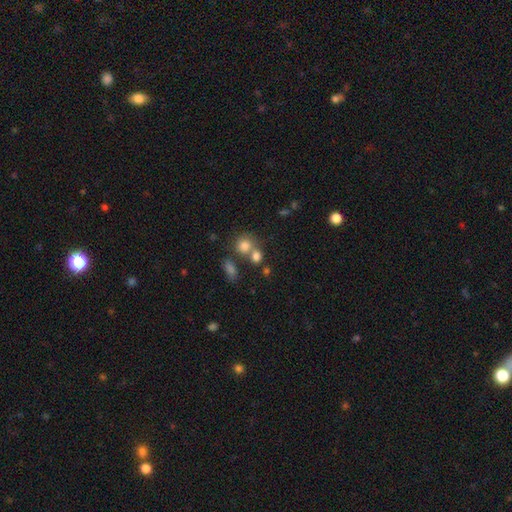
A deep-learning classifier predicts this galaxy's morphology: Q: Smooth or featured?
A: smooth (78%); runner-up: star or artifact (13%)
Q: How rounded?
A: round (73%); runner-up: in between (25%)
Q: Merging?
A: none (47%); runner-up: merger (40%)